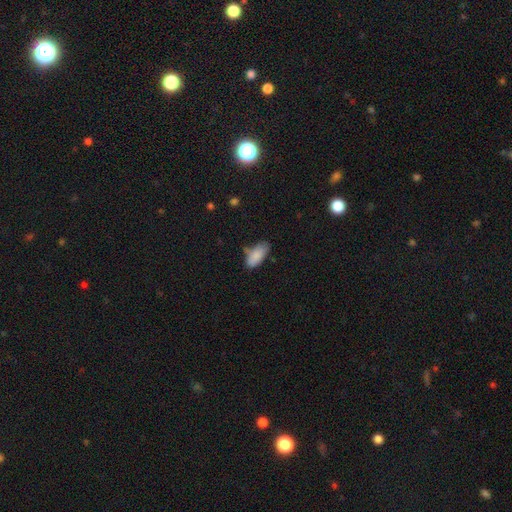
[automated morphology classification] Smooth or featured? smooth (85%)
How rounded? in between (89%)
Merging? none (59%)